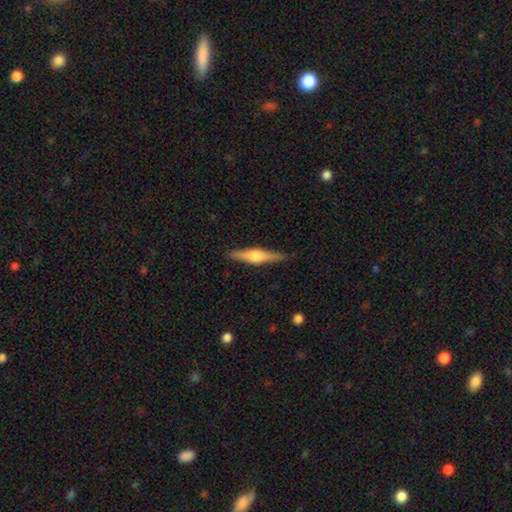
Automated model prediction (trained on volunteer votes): This is likely a featured or disk galaxy (61%). It is clearly viewed edge-on (97%). Edge-on bulge: clearly rounded (90%). Merging: clearly none (87%).